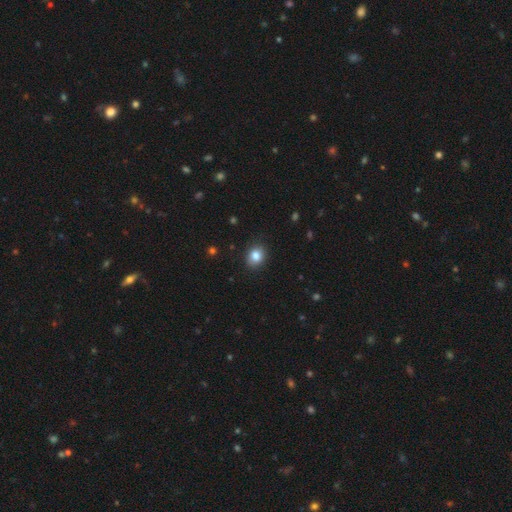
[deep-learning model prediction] The model was most divided on "how rounded": round: 57%, in between: 42%, cigar-shaped: 1%. More confident: merging — none (87%); smooth or featured — smooth (84%).